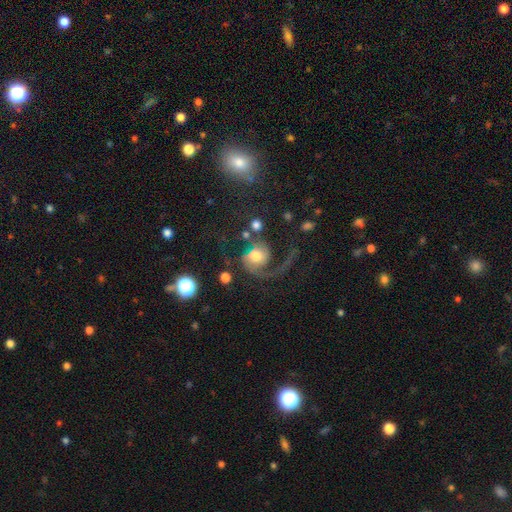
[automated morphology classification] featured or disk 71%, smooth 20%, star or artifact 8%. Down the decision tree: edge-on disk — no (98%); bar — no (72%); spiral arms — yes (92%); spiral arm count — 1 (58%); spiral winding — loose (52%); bulge size — moderate (60%); merging — major disturbance (40%).